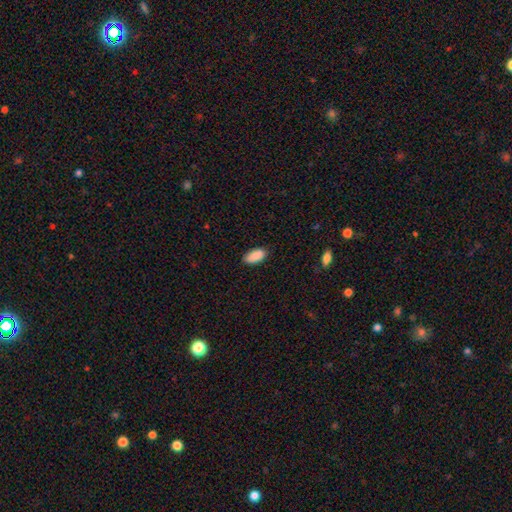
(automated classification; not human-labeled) Smooth or featured? smooth (90%)
How rounded? in between (92%)
Merging? none (83%)